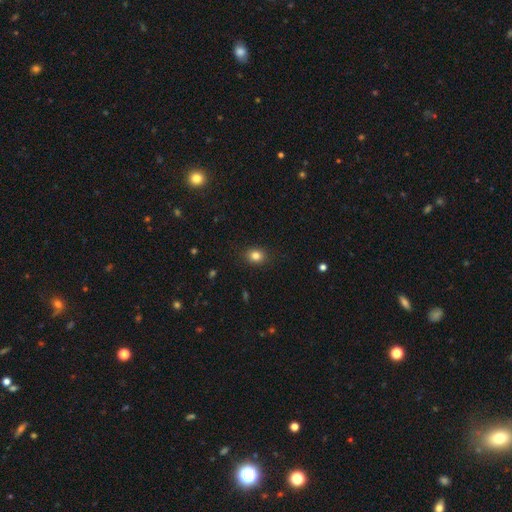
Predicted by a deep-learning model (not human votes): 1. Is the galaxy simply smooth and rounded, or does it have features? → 82% smooth, 11% star or artifact, 6% featured or disk.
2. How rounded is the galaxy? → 57% round, 42% in between, 1% cigar-shaped.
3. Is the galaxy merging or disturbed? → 88% none, 8% minor disturbance, 2% major disturbance, 1% merger.